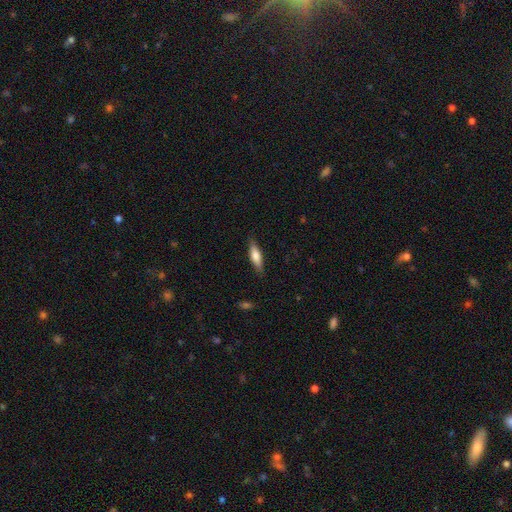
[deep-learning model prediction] smooth_or_featured: smooth (p=0.66) [alt: featured or disk p=0.28]
how_rounded: cigar-shaped (p=0.60) [alt: in between p=0.38]
merging: none (p=0.85) [alt: minor disturbance p=0.12]